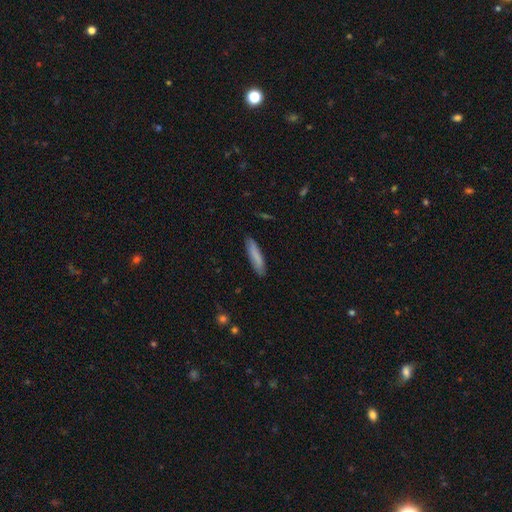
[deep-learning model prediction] Smooth or featured? Predicted: smooth (p=0.81). How rounded? Predicted: cigar-shaped (p=0.81). Merging? Predicted: none (p=0.86).